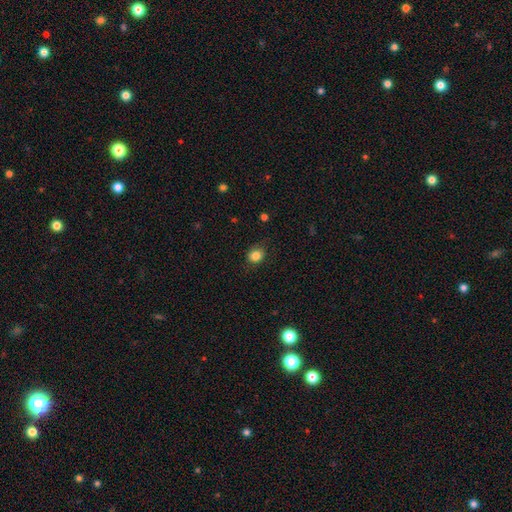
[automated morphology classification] Smooth or featured? Predicted: smooth (p=0.83). How rounded? Predicted: round (p=0.68). Merging? Predicted: none (p=0.80).